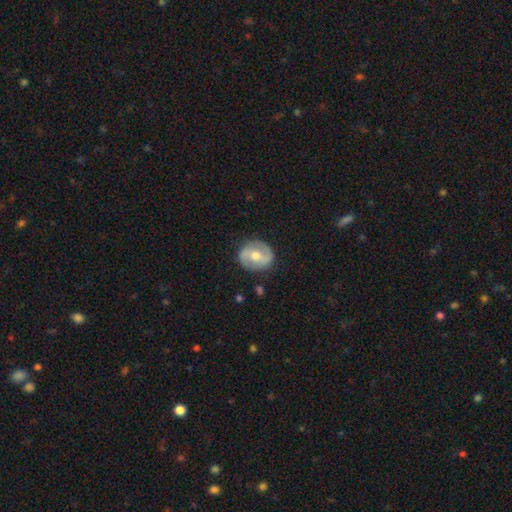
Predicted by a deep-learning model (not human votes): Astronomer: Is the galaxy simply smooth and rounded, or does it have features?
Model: featured or disk — 67%.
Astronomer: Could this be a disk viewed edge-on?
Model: no — 97%.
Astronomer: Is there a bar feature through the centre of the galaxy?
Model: weak — 41% (runner-up: no, 38%).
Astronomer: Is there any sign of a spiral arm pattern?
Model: yes — 77%.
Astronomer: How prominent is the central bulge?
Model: moderate — 74%.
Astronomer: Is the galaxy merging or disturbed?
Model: none — 84%.